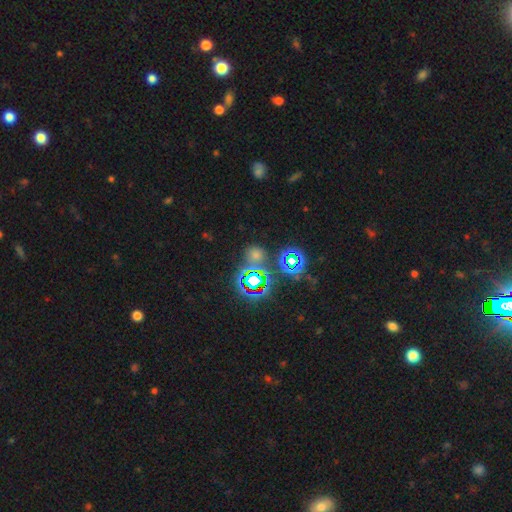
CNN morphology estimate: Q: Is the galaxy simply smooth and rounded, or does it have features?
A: star or artifact — 57%.